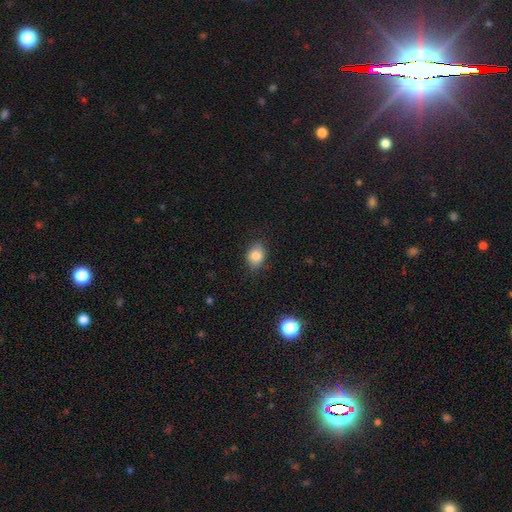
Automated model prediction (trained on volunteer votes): Q: Smooth or featured?
A: smooth (82%); runner-up: featured or disk (9%)
Q: How rounded?
A: in between (72%); runner-up: round (27%)
Q: Merging?
A: none (82%); runner-up: minor disturbance (14%)